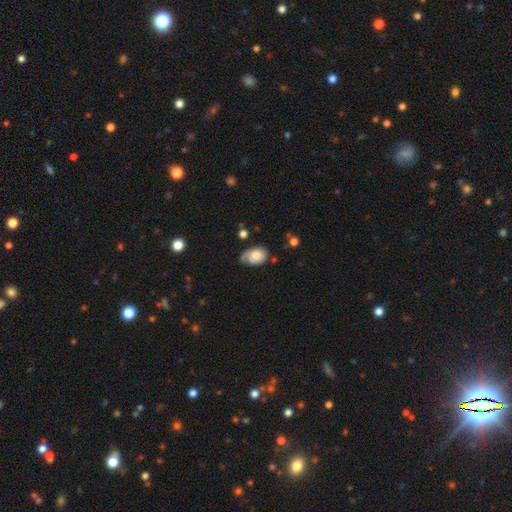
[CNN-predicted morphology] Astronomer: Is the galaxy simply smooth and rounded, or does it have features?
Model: smooth — 58% (runner-up: featured or disk, 35%).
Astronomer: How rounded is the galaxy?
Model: in between — 81%.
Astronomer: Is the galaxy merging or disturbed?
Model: none — 44% (runner-up: minor disturbance, 35%).